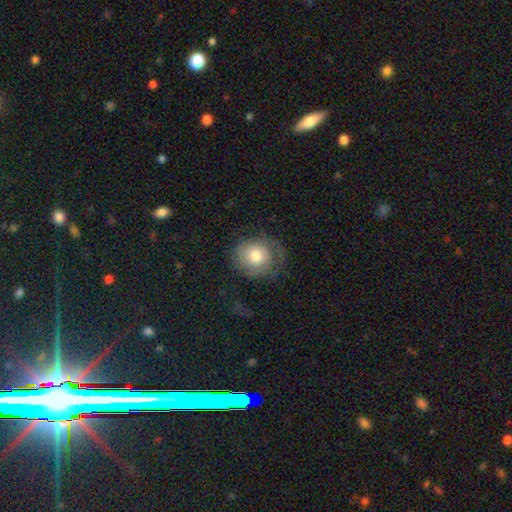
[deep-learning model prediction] Smooth or featured: smooth — 68% (featured or disk — 24%)
How rounded: round — 79% (in between — 20%)
Merging: none — 59% (minor disturbance — 23%)